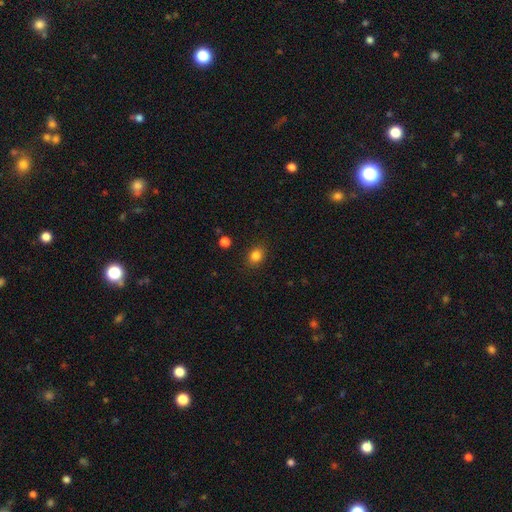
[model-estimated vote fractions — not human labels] smooth_or_featured: smooth (p=0.84) [alt: star or artifact p=0.11]
how_rounded: in between (p=0.50) [alt: round p=0.49]
merging: none (p=0.86) [alt: minor disturbance p=0.09]